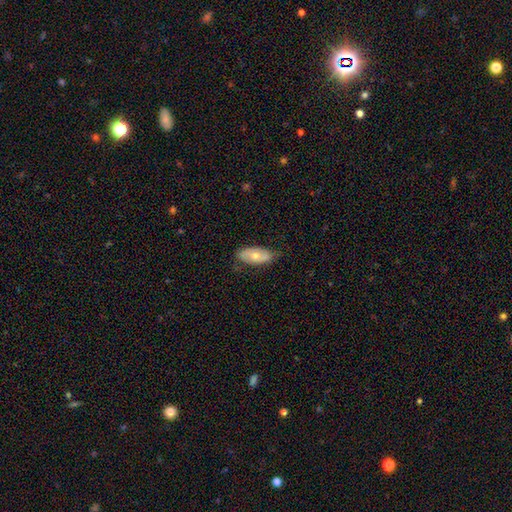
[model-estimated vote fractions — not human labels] smooth 59%, featured or disk 35%, star or artifact 6%. Down the decision tree: how rounded — in between (89%); merging — none (69%).